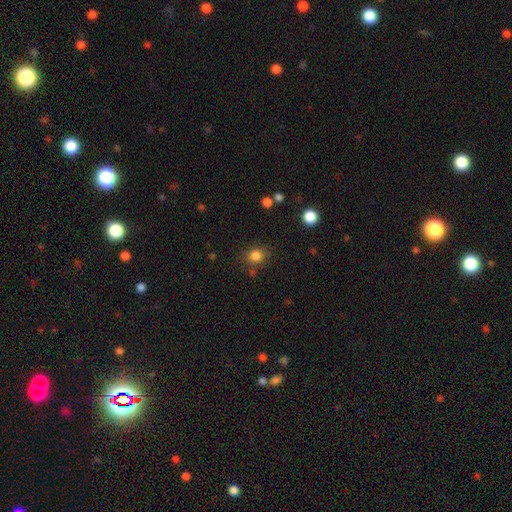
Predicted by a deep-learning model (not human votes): smooth_or_featured: smooth (p=0.83) [alt: star or artifact p=0.12]
how_rounded: round (p=0.65) [alt: in between p=0.34]
merging: none (p=0.79) [alt: minor disturbance p=0.13]